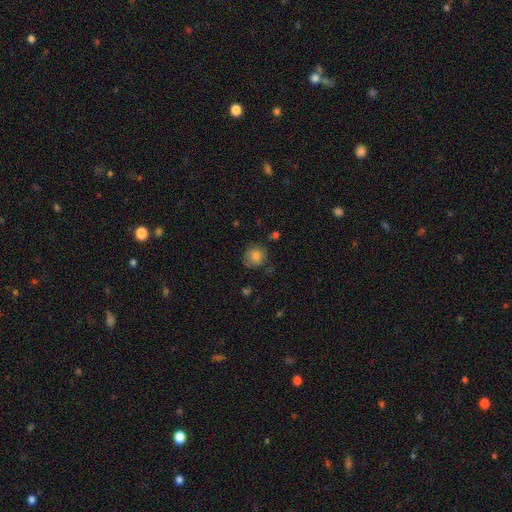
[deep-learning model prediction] A smooth galaxy with no disk features (80%) that is round (89%).

Vote fractions:
- Smooth or featured? smooth: 80% / featured or disk: 11% / star or artifact: 10%
- How rounded? round: 89% / in between: 10% / cigar-shaped: 1%
- Merging? none: 74% / minor disturbance: 18% / major disturbance: 5% / merger: 3%